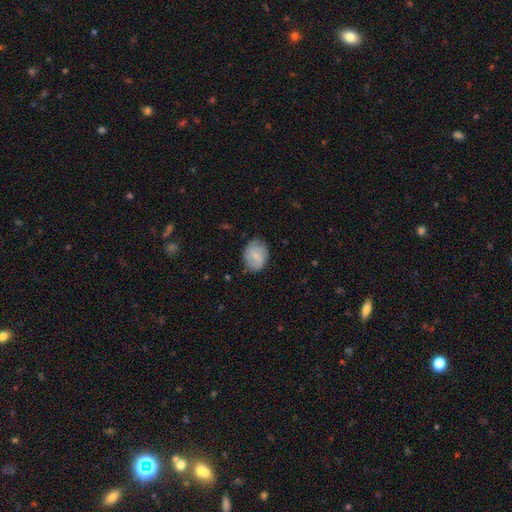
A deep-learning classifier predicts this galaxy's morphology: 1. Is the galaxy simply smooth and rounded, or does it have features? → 61% smooth, 32% featured or disk, 7% star or artifact.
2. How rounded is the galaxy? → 51% in between, 48% round, 1% cigar-shaped.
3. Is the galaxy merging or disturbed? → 74% none, 20% minor disturbance, 5% major disturbance, 1% merger.